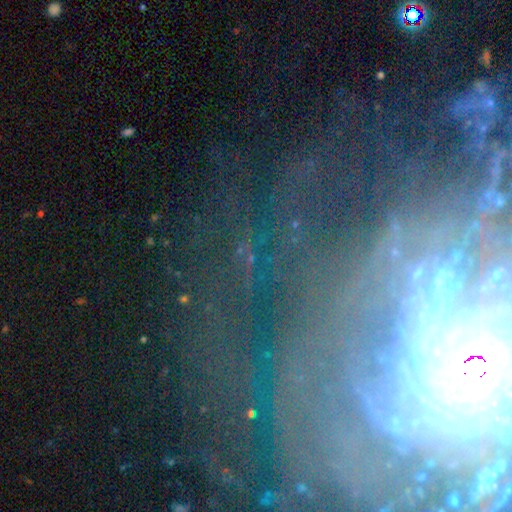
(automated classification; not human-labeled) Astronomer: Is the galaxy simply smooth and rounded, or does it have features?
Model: featured or disk — 55% (runner-up: star or artifact, 31%).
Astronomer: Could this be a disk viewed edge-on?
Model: no — 84%.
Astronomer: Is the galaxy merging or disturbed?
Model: none — 62%.